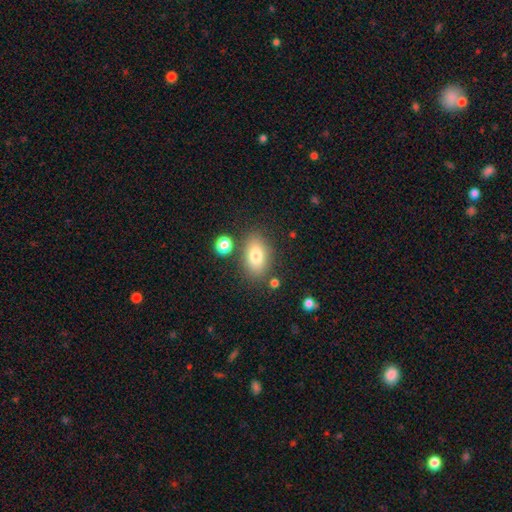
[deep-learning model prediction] smooth_or_featured: smooth (p=0.79) [alt: featured or disk p=0.12]
how_rounded: in between (p=0.87) [alt: round p=0.10]
merging: none (p=0.78) [alt: minor disturbance p=0.12]